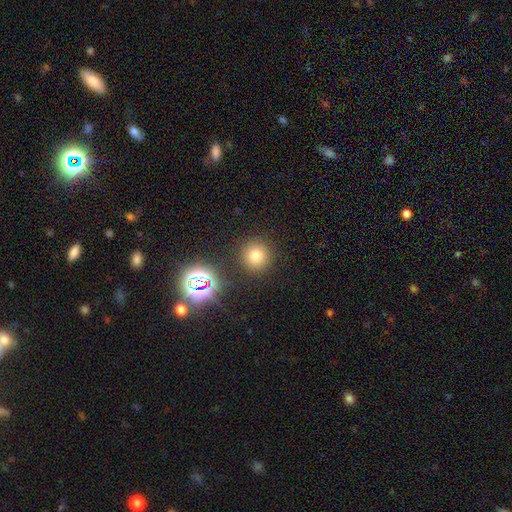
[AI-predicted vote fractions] Smooth or featured?
  - smooth: 71% *
  - star or artifact: 21%
  - featured or disk: 8%
How rounded?
  - round: 94% *
  - in between: 5%
  - cigar-shaped: 1%
Merging?
  - none: 88% *
  - minor disturbance: 6%
  - merger: 3%
  - major disturbance: 3%